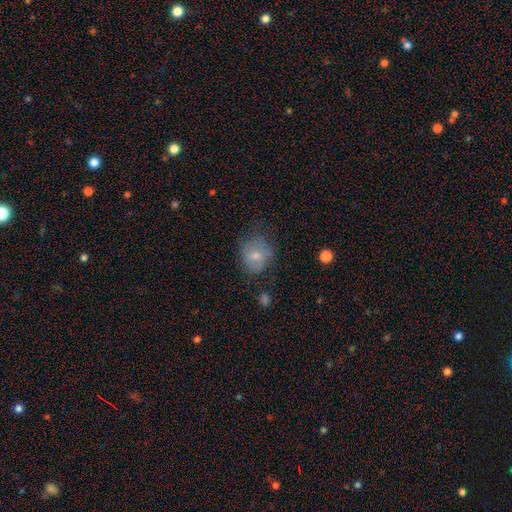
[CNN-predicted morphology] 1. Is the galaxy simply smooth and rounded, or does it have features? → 68% smooth, 23% featured or disk, 9% star or artifact.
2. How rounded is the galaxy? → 64% round, 35% in between, 1% cigar-shaped.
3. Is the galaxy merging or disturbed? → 52% none, 29% minor disturbance, 16% major disturbance, 3% merger.